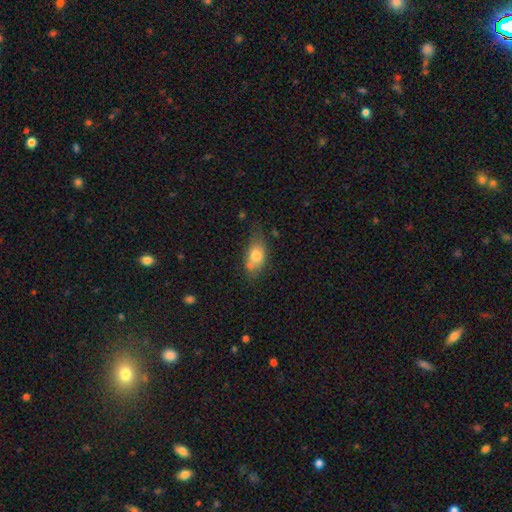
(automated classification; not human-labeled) This appears to be a smooth galaxy with no disk features (73%) that is in between round and cigar-shaped (85%). Merging: none (51%).